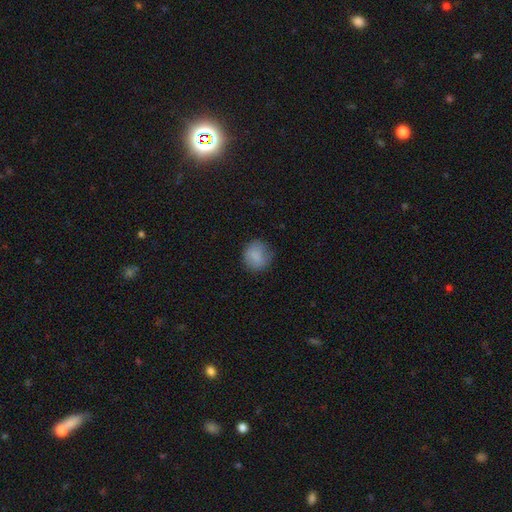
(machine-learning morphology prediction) Overall: smooth (84%). How rounded: round (86%). Merging: none (78%).